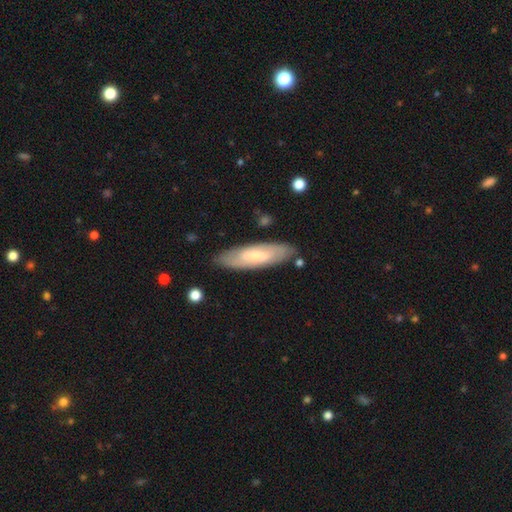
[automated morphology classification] smooth_or_featured: smooth (p=0.51) [alt: featured or disk p=0.43]
how_rounded: cigar-shaped (p=0.55) [alt: in between p=0.44]
merging: none (p=0.83) [alt: minor disturbance p=0.12]